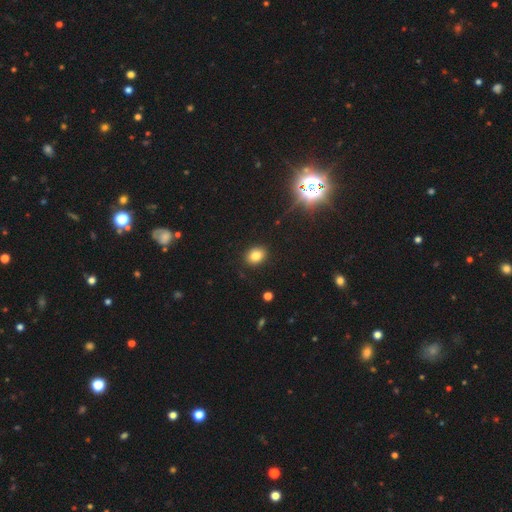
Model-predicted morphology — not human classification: Smooth or featured: smooth — 81% (star or artifact — 13%)
How rounded: in between — 53% (round — 46%)
Merging: none — 88% (minor disturbance — 8%)